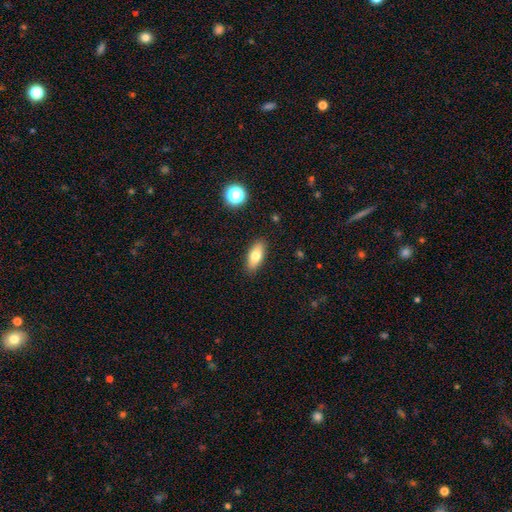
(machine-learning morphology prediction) type=smooth (75%); roundness=in between (81%); merging=none (88%).